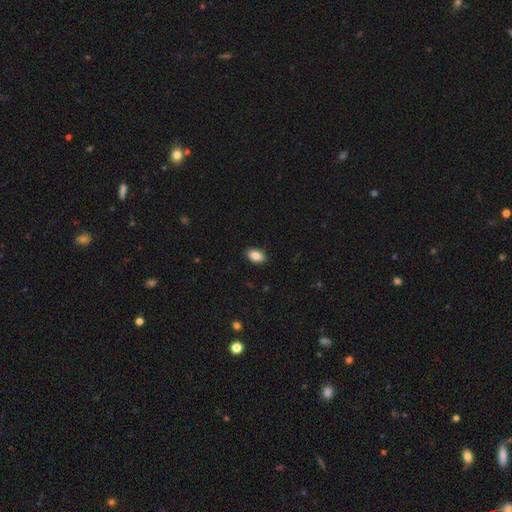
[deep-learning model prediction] This appears to be a smooth galaxy with no disk features (85%) that is in between round and cigar-shaped (90%). Merging: none (89%).